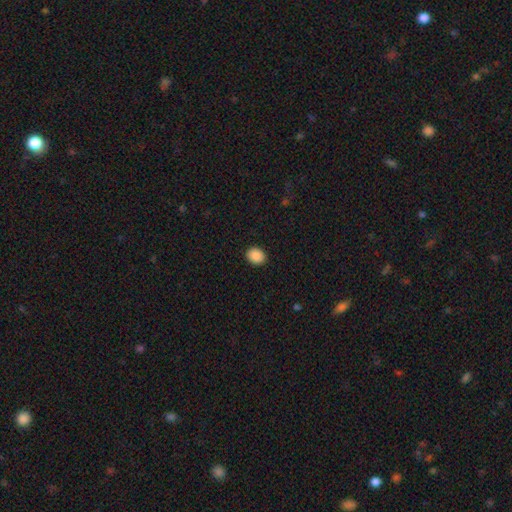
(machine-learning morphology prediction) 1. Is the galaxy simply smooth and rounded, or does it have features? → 90% smooth, 8% star or artifact, 2% featured or disk.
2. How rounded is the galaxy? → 50% round, 49% in between, 1% cigar-shaped.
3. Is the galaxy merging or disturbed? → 91% none, 6% minor disturbance, 2% major disturbance, 1% merger.